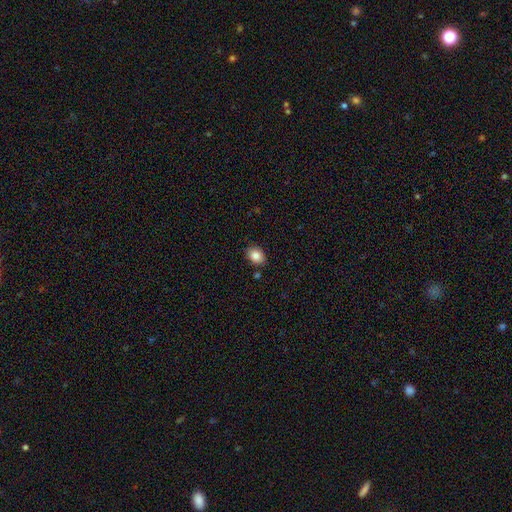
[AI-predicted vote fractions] Smooth or featured?
  - smooth: 85% *
  - star or artifact: 9%
  - featured or disk: 6%
How rounded?
  - in between: 62% *
  - round: 37%
  - cigar-shaped: 1%
Merging?
  - none: 84% *
  - minor disturbance: 11%
  - merger: 3%
  - major disturbance: 2%